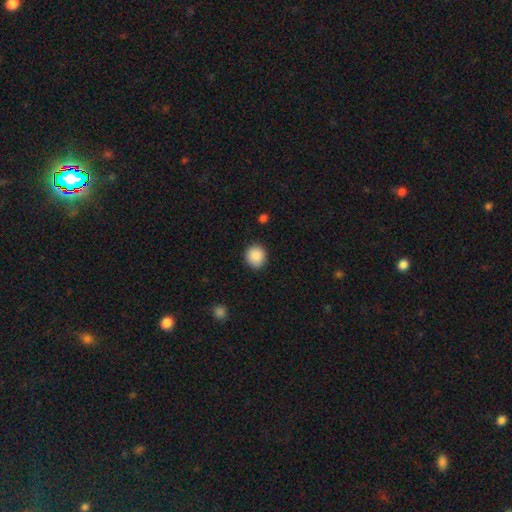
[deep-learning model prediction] Smooth or featured? Predicted: smooth (p=0.89). How rounded? Predicted: round (p=0.89). Merging? Predicted: none (p=0.90).